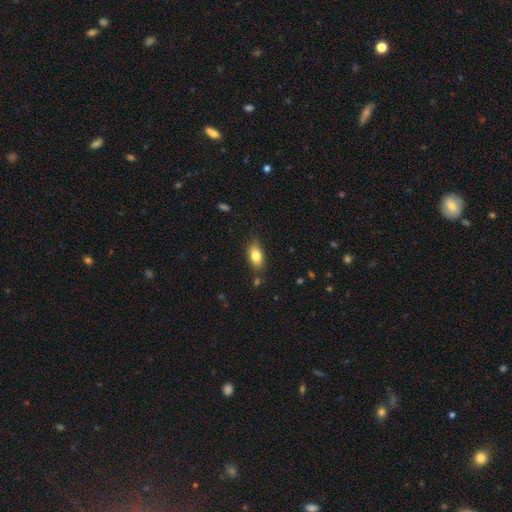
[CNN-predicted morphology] Smooth or featured?
  - smooth: 82% *
  - featured or disk: 10%
  - star or artifact: 8%
How rounded?
  - in between: 88% *
  - round: 7%
  - cigar-shaped: 5%
Merging?
  - none: 78% *
  - minor disturbance: 16%
  - major disturbance: 3%
  - merger: 3%